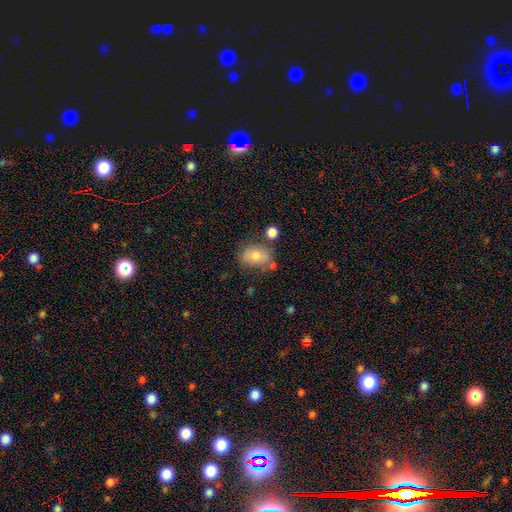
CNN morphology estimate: Q: Smooth or featured?
A: smooth (71%); runner-up: featured or disk (19%)
Q: How rounded?
A: in between (73%); runner-up: round (25%)
Q: Merging?
A: none (59%); runner-up: minor disturbance (22%)